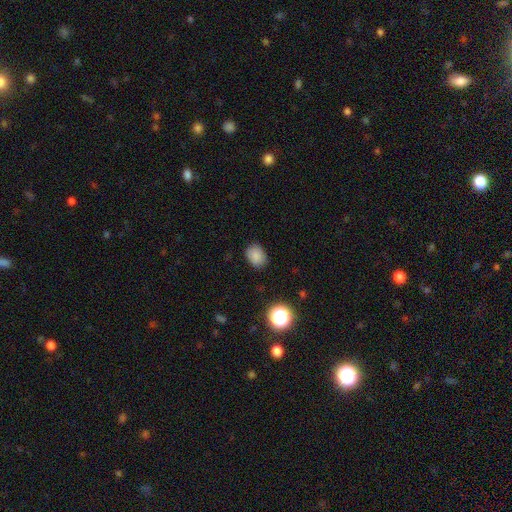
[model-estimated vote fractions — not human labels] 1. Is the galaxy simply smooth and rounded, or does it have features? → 84% smooth, 12% star or artifact, 4% featured or disk.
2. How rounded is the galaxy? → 55% in between, 45% round, 1% cigar-shaped.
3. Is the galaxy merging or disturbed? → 84% none, 12% minor disturbance, 3% major disturbance, 1% merger.